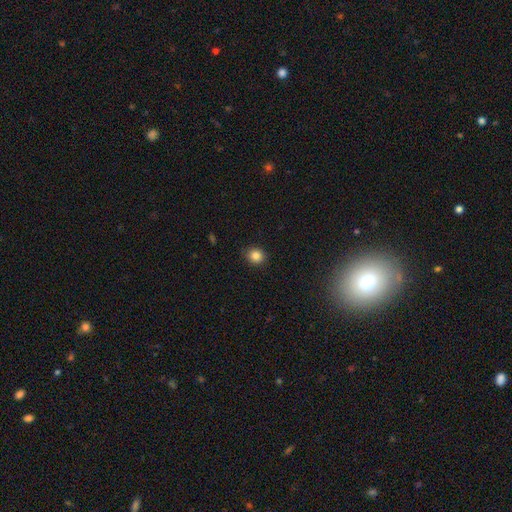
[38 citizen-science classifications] smooth 82%, star or artifact 11%, featured or disk 8%. Down the decision tree: how rounded — round (84%); merging — none (82%).